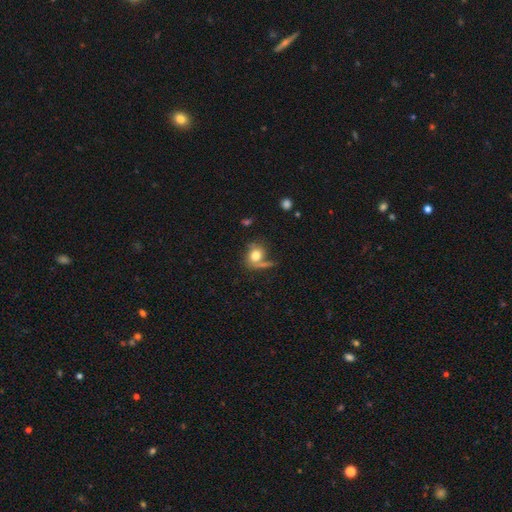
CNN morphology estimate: This appears to be a smooth galaxy with no disk features (69%) that is round (65%). Merging: none (52%).